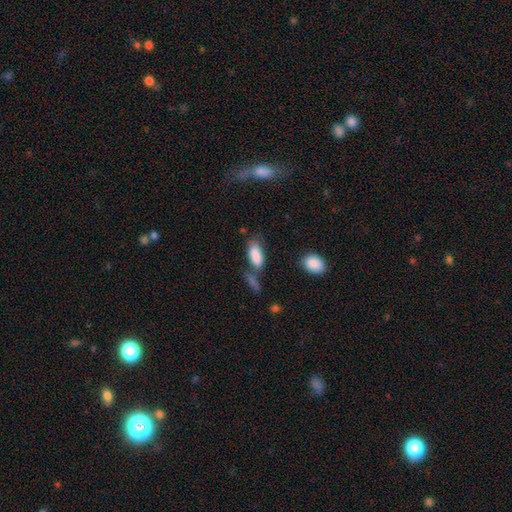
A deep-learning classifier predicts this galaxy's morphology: The model was most divided on "merging": none: 51%, merger: 21%, minor disturbance: 20%, major disturbance: 9%. More confident: smooth or featured — smooth (85%); how rounded — in between (82%).